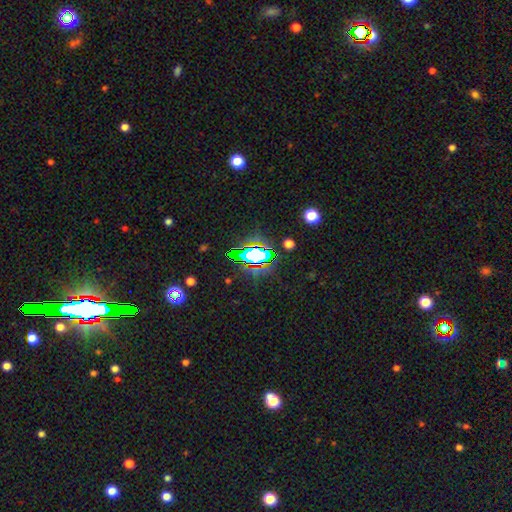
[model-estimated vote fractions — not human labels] Smooth or featured? Predicted: star or artifact (p=0.60).